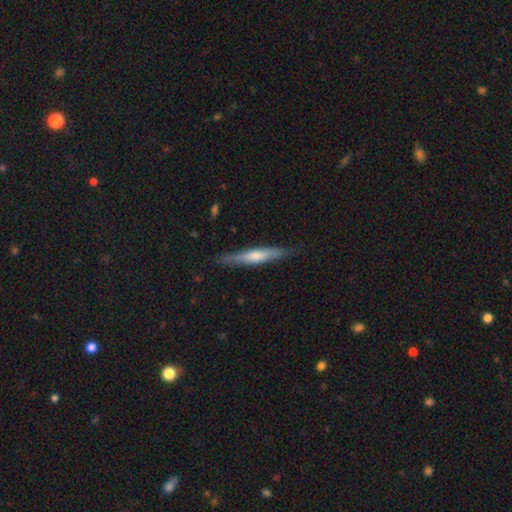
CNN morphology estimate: The model was most divided on "smooth or featured": featured or disk: 61%, smooth: 32%, star or artifact: 7%. More confident: edge-on disk — yes (96%); merging — none (88%); edge-on bulge — rounded (71%).